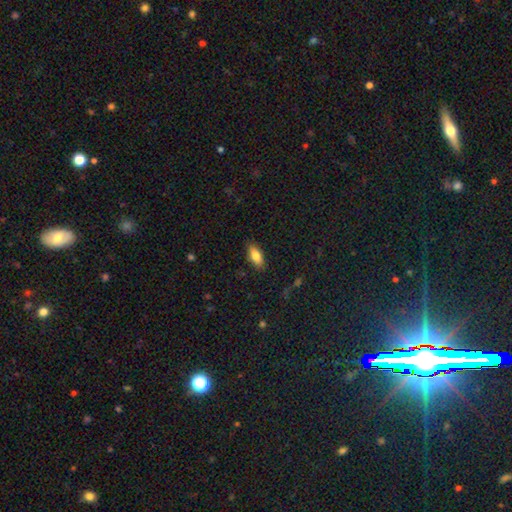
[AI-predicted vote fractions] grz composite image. It shows a smooth galaxy with no disk features (82%) that is in between round and cigar-shaped (82%). Merging: none (85%).